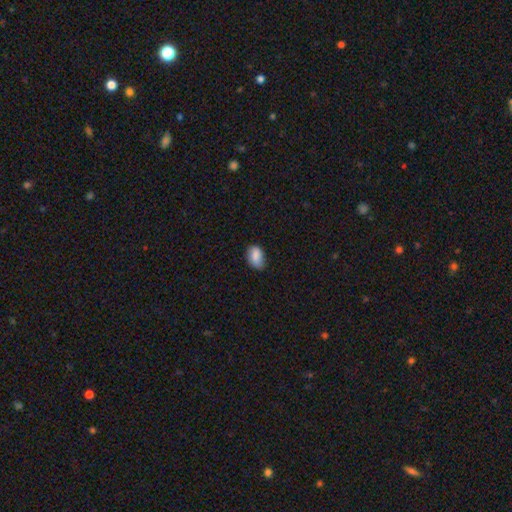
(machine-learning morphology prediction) A smooth galaxy with no disk features (86%) that is in between round and cigar-shaped (88%).

Vote fractions:
- Smooth or featured? smooth: 86% / star or artifact: 7% / featured or disk: 6%
- How rounded? in between: 88% / round: 11% / cigar-shaped: 2%
- Merging? none: 72% / minor disturbance: 24% / major disturbance: 4% / merger: 1%